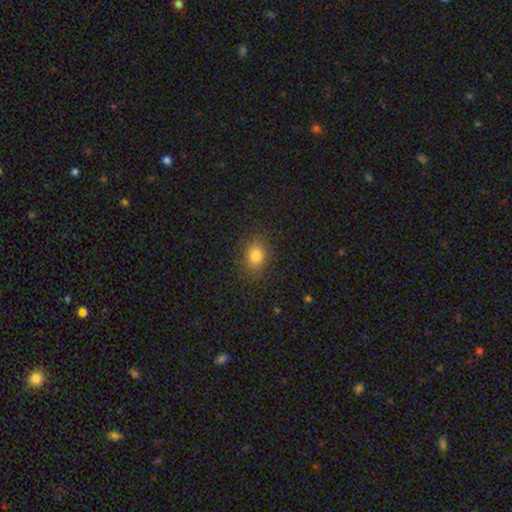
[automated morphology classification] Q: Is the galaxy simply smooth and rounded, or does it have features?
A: smooth — 79%.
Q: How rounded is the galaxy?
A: round — 51%.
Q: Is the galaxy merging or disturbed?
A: none — 83%.